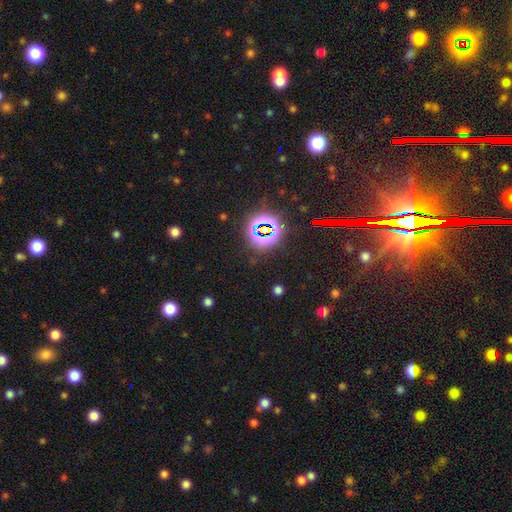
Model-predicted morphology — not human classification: Smooth or featured? star or artifact (82%)